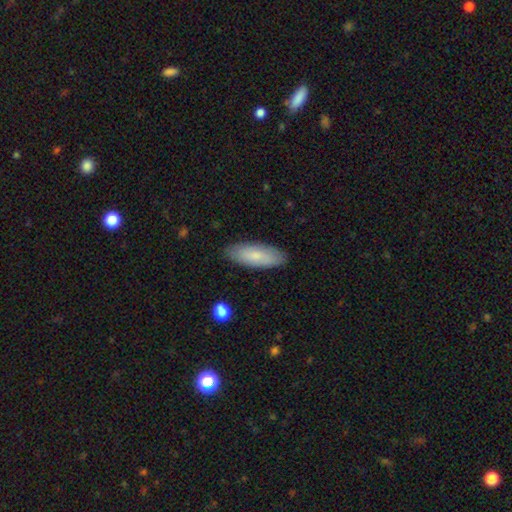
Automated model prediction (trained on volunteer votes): smooth 76%, featured or disk 18%, star or artifact 6%. Down the decision tree: how rounded — in between (69%); merging — none (87%).